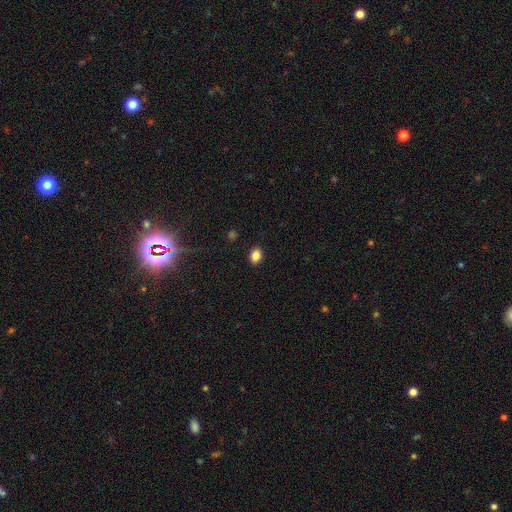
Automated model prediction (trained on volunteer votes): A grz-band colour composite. It shows a smooth galaxy with no disk features (86%) that is in between round and cigar-shaped (72%). Merging: none (89%).